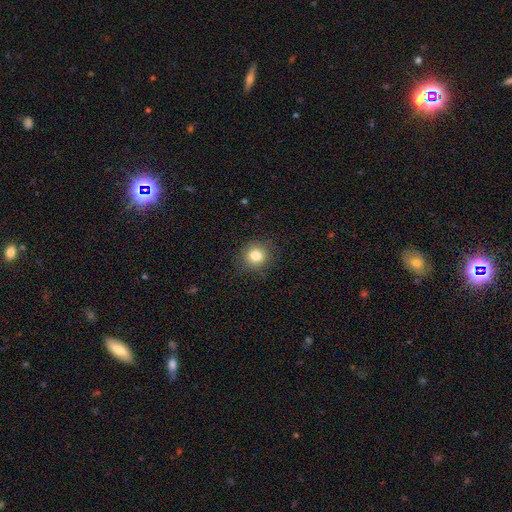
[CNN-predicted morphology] This is clearly a smooth galaxy (82%). How rounded: clearly round (88%). Merging: clearly none (87%).